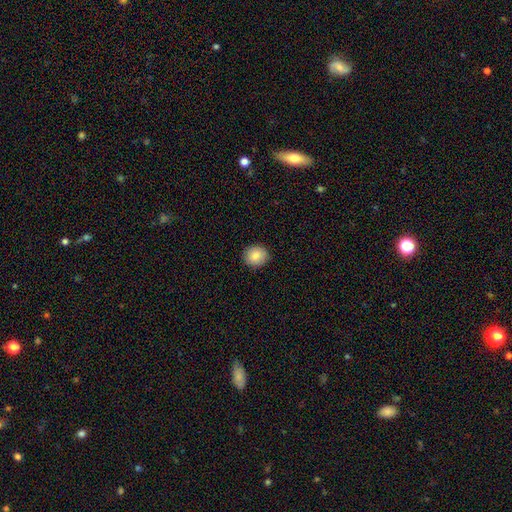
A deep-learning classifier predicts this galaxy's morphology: type=smooth (83%); roundness=round (79%); merging=none (90%).